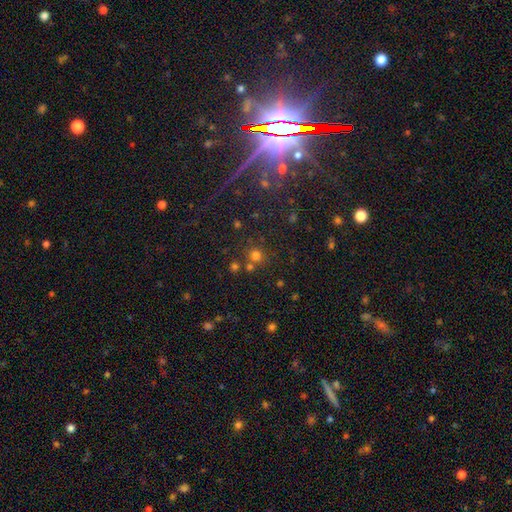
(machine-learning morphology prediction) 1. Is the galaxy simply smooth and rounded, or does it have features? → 69% smooth, 23% star or artifact, 8% featured or disk.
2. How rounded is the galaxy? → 89% round, 10% in between, 1% cigar-shaped.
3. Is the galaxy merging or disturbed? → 71% none, 17% merger, 8% minor disturbance, 4% major disturbance.